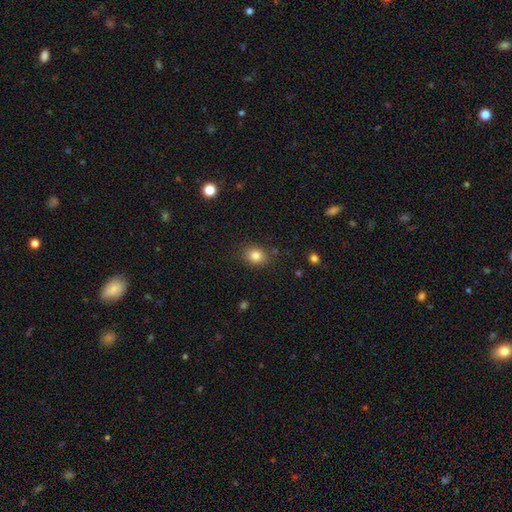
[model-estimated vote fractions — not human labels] The model was most divided on "how rounded": round: 54%, in between: 45%, cigar-shaped: 1%. More confident: merging — none (84%); smooth or featured — smooth (82%).